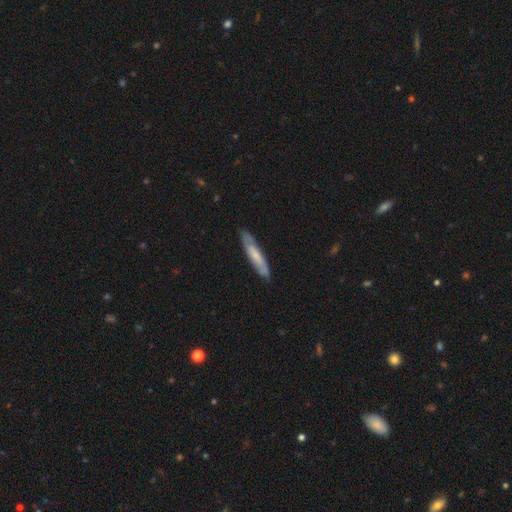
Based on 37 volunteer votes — Overall: smooth (51%; featured or disk 43%). How rounded: cigar-shaped (95%). Merging: none (83%).